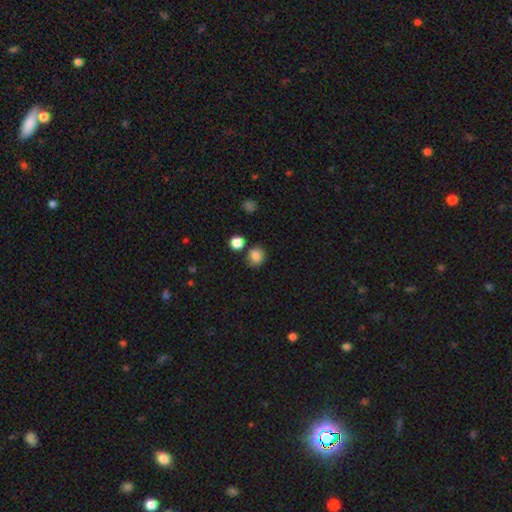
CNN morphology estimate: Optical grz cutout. It shows a smooth galaxy with no disk features (83%) that is round (68%). Merging: none (72%).